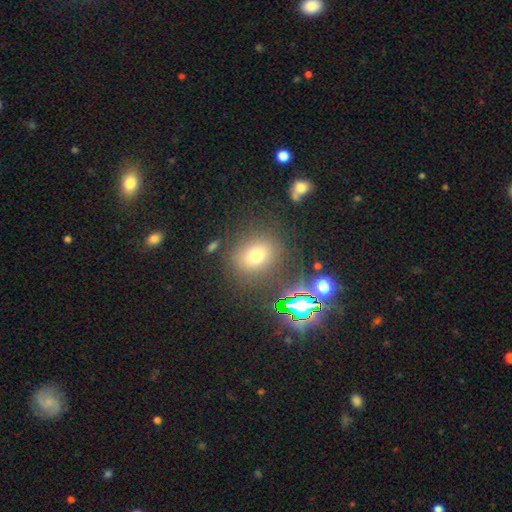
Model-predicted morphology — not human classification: Smooth or featured: smooth — 67% (star or artifact — 21%)
How rounded: round — 61% (in between — 37%)
Merging: none — 81% (minor disturbance — 10%)